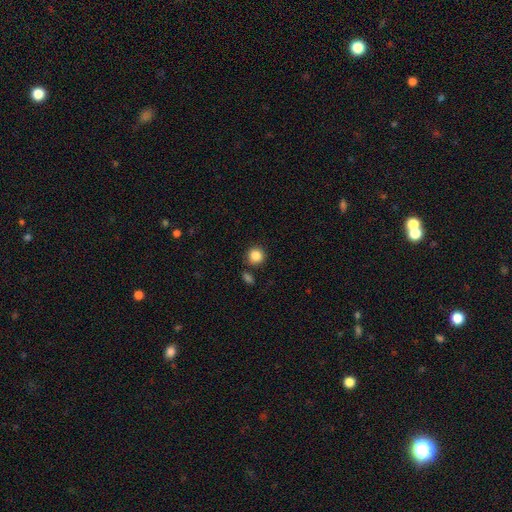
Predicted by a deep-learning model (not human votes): smooth-or-featured: smooth: 86% | star or artifact: 10% | featured or disk: 4%
  how-rounded: round: 91% | in between: 8% | cigar-shaped: 1%
  merging: none: 83% | minor disturbance: 8% | merger: 6% | major disturbance: 3%